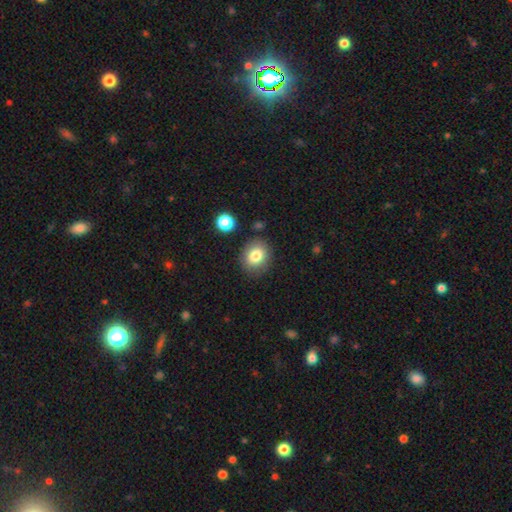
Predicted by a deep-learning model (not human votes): Overall: smooth (81%). How rounded: round (63%; in between 37%). Merging: none (82%).